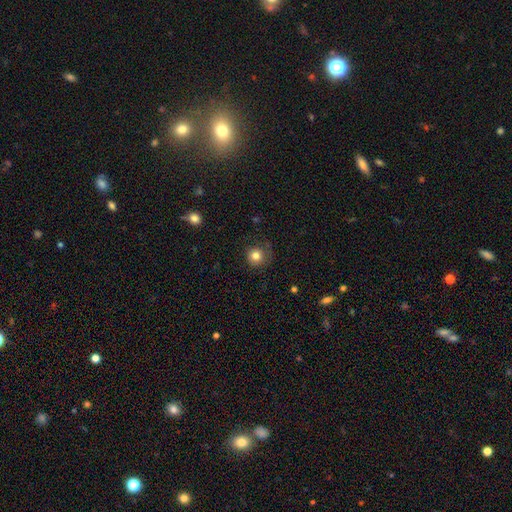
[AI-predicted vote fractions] Smooth or featured? Predicted: smooth (p=0.82). How rounded? Predicted: round (p=0.93). Merging? Predicted: none (p=0.80).